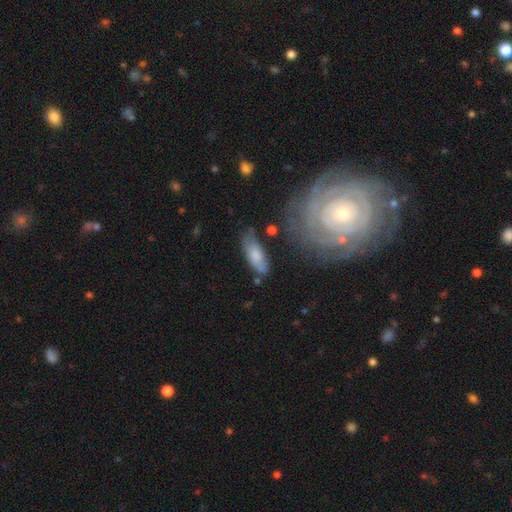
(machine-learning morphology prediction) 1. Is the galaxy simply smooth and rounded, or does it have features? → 73% smooth, 21% featured or disk, 6% star or artifact.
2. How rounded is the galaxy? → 71% in between, 27% cigar-shaped, 2% round.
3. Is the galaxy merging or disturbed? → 63% none, 23% minor disturbance, 7% major disturbance, 7% merger.